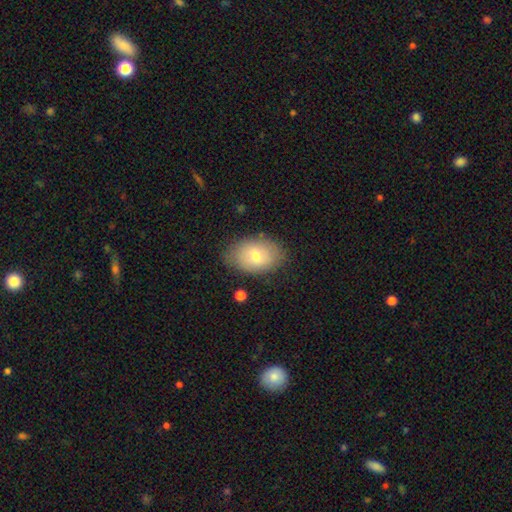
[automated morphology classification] Q: Smooth or featured?
A: smooth (73%); runner-up: featured or disk (20%)
Q: How rounded?
A: in between (84%); runner-up: round (15%)
Q: Merging?
A: none (80%); runner-up: minor disturbance (15%)